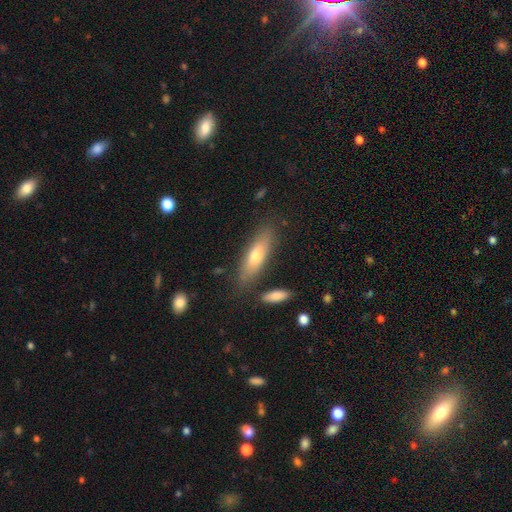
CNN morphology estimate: Smooth or featured? smooth (65%)
How rounded? cigar-shaped (50%)
Merging? none (80%)